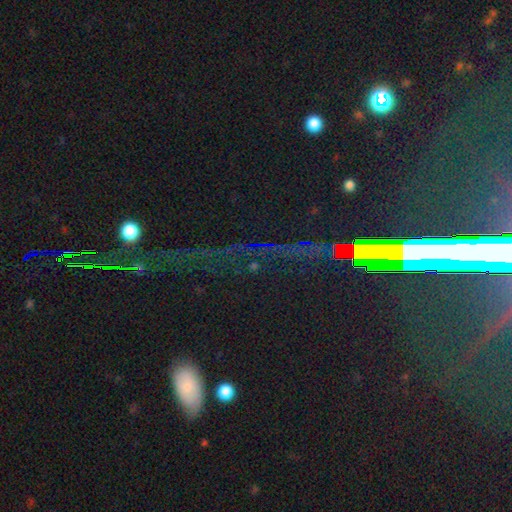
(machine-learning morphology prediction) smooth_or_featured: star or artifact (p=0.68) [alt: featured or disk p=0.19]